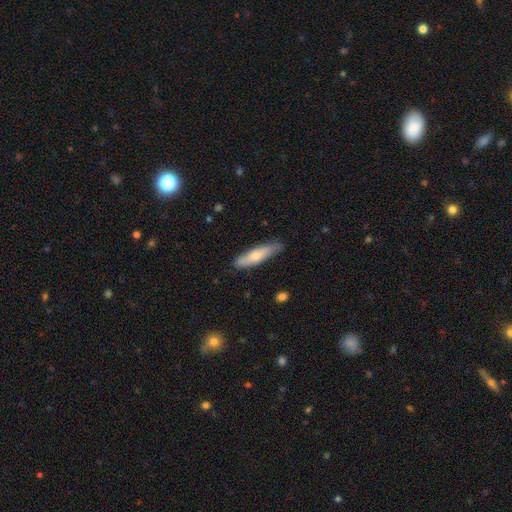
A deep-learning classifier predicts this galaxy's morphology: The model was most divided on "smooth or featured": smooth: 67%, featured or disk: 27%, star or artifact: 6%. More confident: merging — none (79%); how rounded — cigar-shaped (74%).